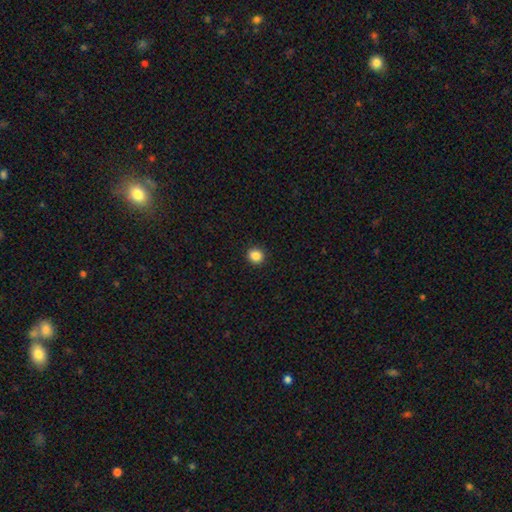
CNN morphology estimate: The model was most divided on "smooth or featured": smooth: 86%, star or artifact: 11%, featured or disk: 3%. More confident: merging — none (92%); how rounded — round (88%).